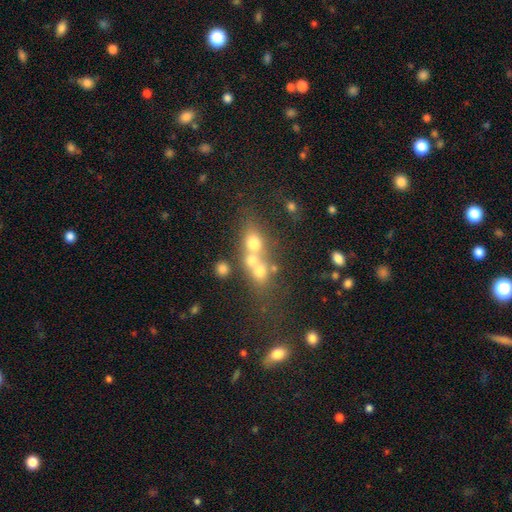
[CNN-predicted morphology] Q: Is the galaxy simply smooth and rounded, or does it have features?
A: smooth — 46%.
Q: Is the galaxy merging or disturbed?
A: merger — 54%.